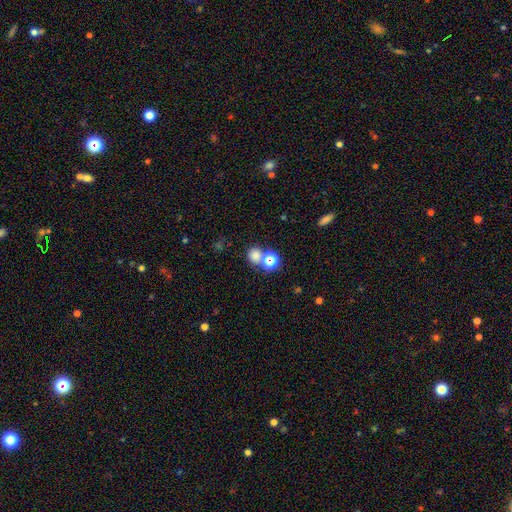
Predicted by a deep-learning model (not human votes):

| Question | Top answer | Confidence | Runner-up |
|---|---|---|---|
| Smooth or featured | smooth | 71% | star or artifact (22%) |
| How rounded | round | 80% | in between (19%) |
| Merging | none | 58% | merger (31%) |